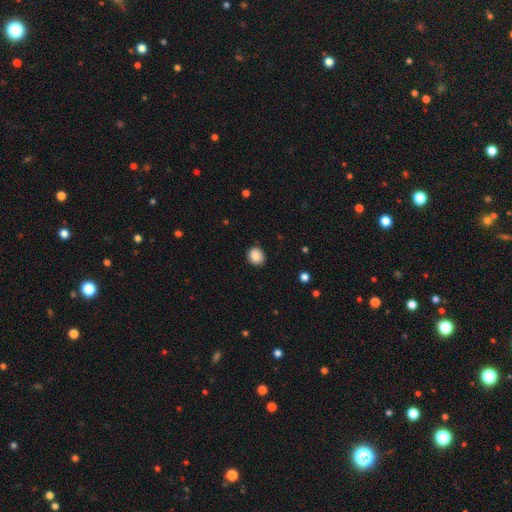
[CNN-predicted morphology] smooth-or-featured: smooth: 88% | star or artifact: 9% | featured or disk: 3%
  how-rounded: round: 72% | in between: 27% | cigar-shaped: 1%
  merging: none: 88% | minor disturbance: 9% | major disturbance: 2% | merger: 1%